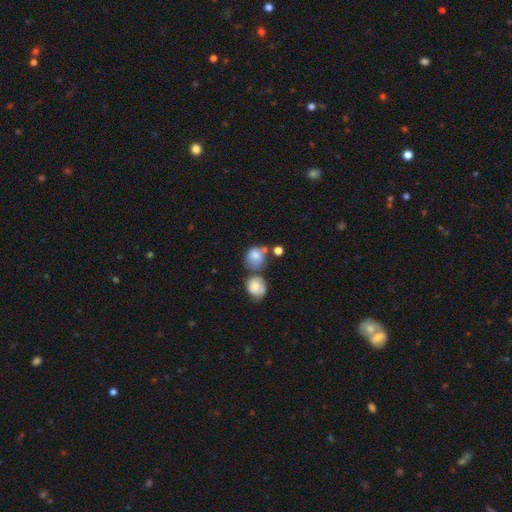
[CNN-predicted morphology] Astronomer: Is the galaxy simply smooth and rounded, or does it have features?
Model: smooth — 78%.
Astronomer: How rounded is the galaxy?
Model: round — 70%.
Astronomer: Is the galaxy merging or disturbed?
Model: none — 39% (runner-up: merger, 32%).